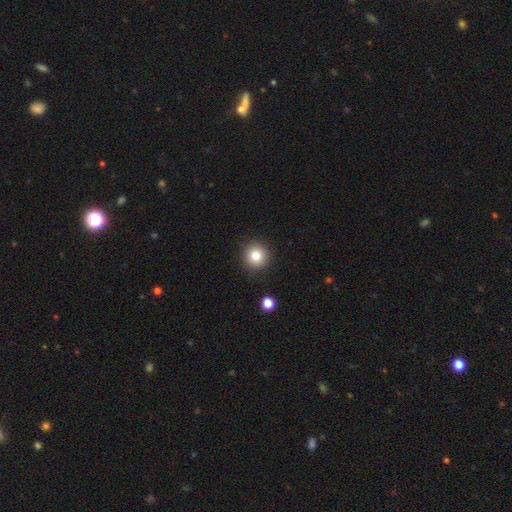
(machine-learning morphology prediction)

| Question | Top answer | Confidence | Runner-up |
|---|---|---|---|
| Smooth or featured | smooth | 83% | star or artifact (11%) |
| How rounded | round | 93% | in between (6%) |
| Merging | none | 90% | minor disturbance (7%) |